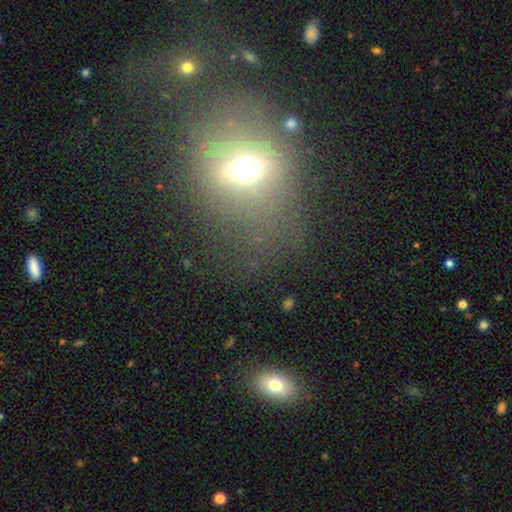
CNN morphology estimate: A smooth galaxy with no disk features (44%).

Vote fractions:
- Smooth or featured? smooth: 44% / featured or disk: 32% / star or artifact: 24%
- Merging? none: 55% / minor disturbance: 20% / major disturbance: 20% / merger: 6%